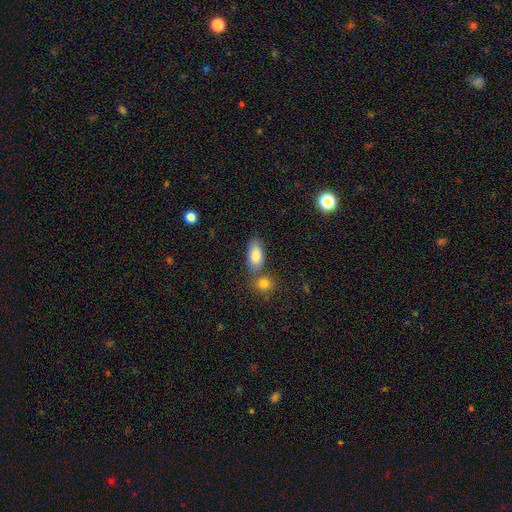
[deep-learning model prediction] A smooth galaxy with no disk features (84%) that is in between round and cigar-shaped (89%).

Vote fractions:
- Smooth or featured? smooth: 84% / featured or disk: 8% / star or artifact: 7%
- How rounded? in between: 89% / cigar-shaped: 6% / round: 5%
- Merging? none: 60% / merger: 23% / minor disturbance: 13% / major disturbance: 4%